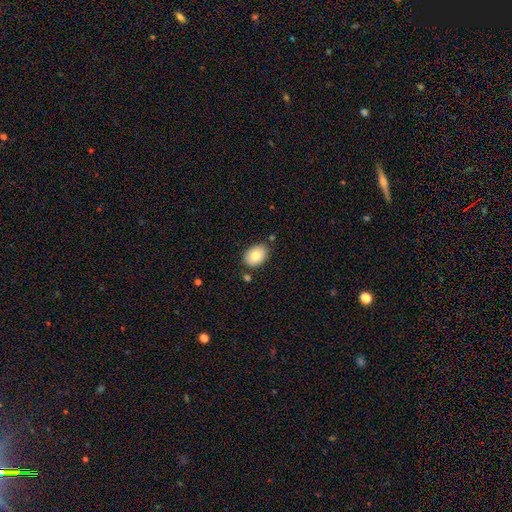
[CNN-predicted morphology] Smooth or featured? Predicted: smooth (p=0.80). How rounded? Predicted: in between (p=0.76). Merging? Predicted: none (p=0.79).